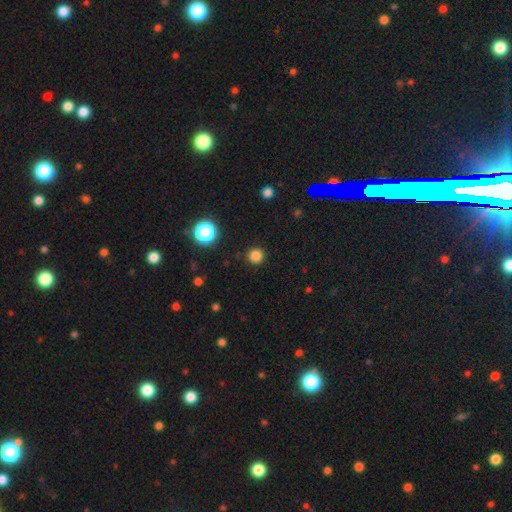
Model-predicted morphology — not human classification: smooth-or-featured: smooth: 82% | star or artifact: 15% | featured or disk: 3%
  how-rounded: round: 95% | in between: 4% | cigar-shaped: 1%
  merging: none: 91% | minor disturbance: 5% | major disturbance: 2% | merger: 1%